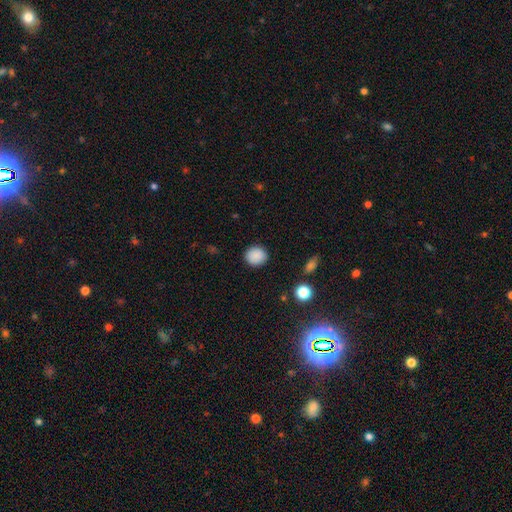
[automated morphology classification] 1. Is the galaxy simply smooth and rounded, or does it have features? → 88% smooth, 9% star or artifact, 3% featured or disk.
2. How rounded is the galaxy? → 85% round, 14% in between, 1% cigar-shaped.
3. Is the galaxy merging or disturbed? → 90% none, 7% minor disturbance, 2% major disturbance, 1% merger.